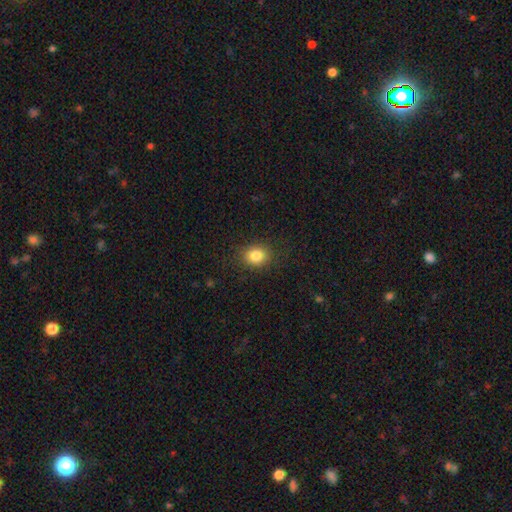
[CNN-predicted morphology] A smooth galaxy with no disk features (84%) that is round (56%). Merging: none (87%).